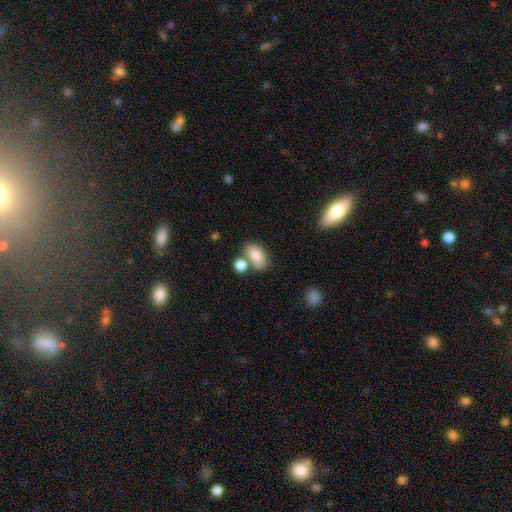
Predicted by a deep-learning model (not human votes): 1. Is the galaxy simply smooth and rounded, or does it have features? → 83% smooth, 9% featured or disk, 8% star or artifact.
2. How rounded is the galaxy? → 88% in between, 10% round, 2% cigar-shaped.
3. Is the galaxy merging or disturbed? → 53% none, 26% merger, 15% minor disturbance, 6% major disturbance.